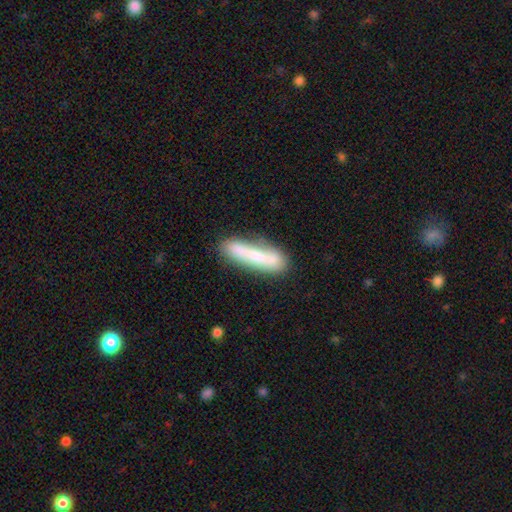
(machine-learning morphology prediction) type=smooth (65%); roundness=cigar-shaped (79%); merging=none (68%).